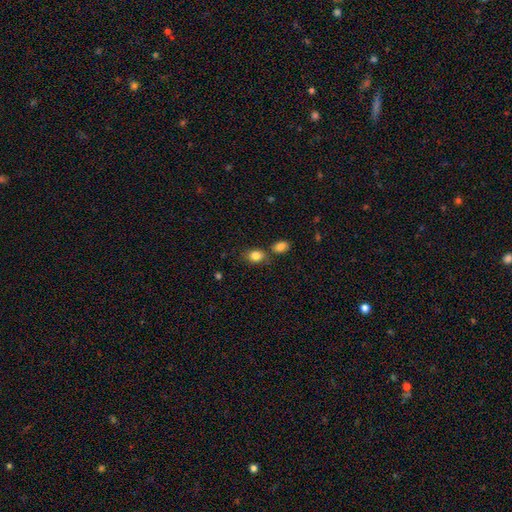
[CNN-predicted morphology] Smooth or featured? smooth (84%)
How rounded? in between (63%)
Merging? none (64%)